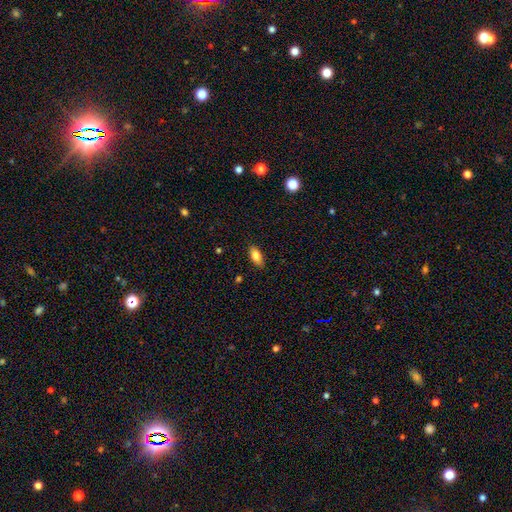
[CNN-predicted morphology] Q: Smooth or featured?
A: smooth (80%); runner-up: featured or disk (13%)
Q: How rounded?
A: in between (88%); runner-up: cigar-shaped (8%)
Q: Merging?
A: none (86%); runner-up: minor disturbance (11%)